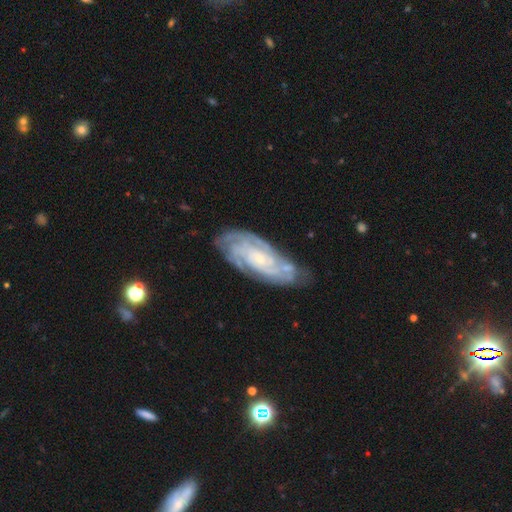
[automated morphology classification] The model was most divided on "spiral arm count": can't tell: 33%, 4: 21%, 3: 19%, 2: 15%, more than 4: 8%, 1: 5%. More confident: spiral arms — yes (96%); edge-on disk — no (91%); smooth or featured — featured or disk (83%); merging — none (76%); spiral winding — tight (73%); bulge size — small (69%); bar — no (64%).